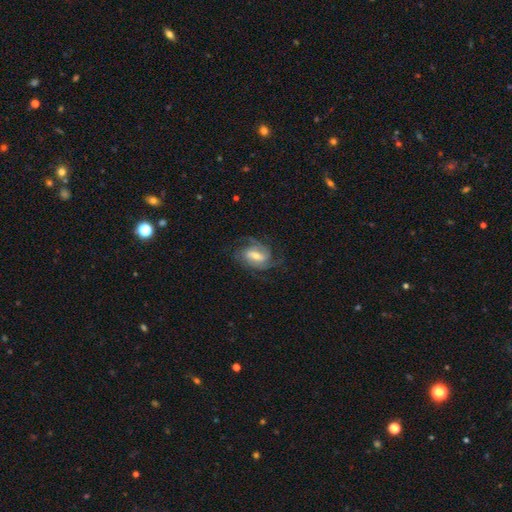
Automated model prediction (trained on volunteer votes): This is clearly a featured or disk galaxy (83%). It is clearly not viewed edge-on (97%). Bar: possibly weak (48%). Spiral arm pattern: clearly yes (96%). Spiral arm count: possibly 2 (47%). Spiral winding: possibly medium (47%). Central bulge: possibly moderate (53%). Merging: likely none (69%).